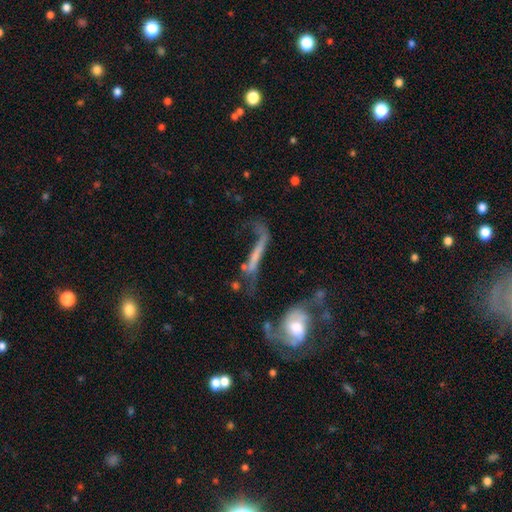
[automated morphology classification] The model was most divided on "merging": major disturbance: 33%, merger: 26%, none: 26%, minor disturbance: 15%. More confident: edge-on disk — no (66%); smooth or featured — featured or disk (60%).